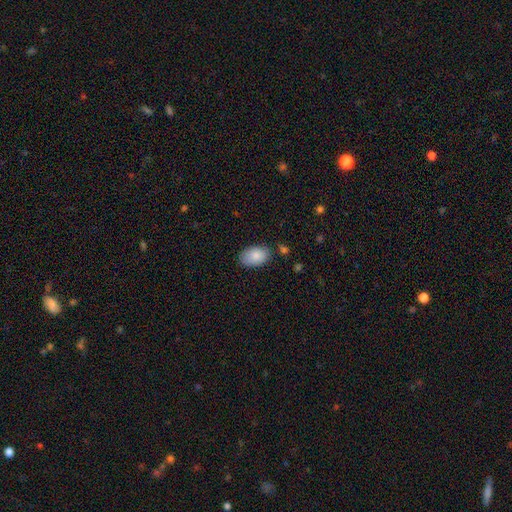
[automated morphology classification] Q: Smooth or featured?
A: smooth (86%); runner-up: featured or disk (7%)
Q: How rounded?
A: in between (93%); runner-up: round (6%)
Q: Merging?
A: none (78%); runner-up: minor disturbance (16%)